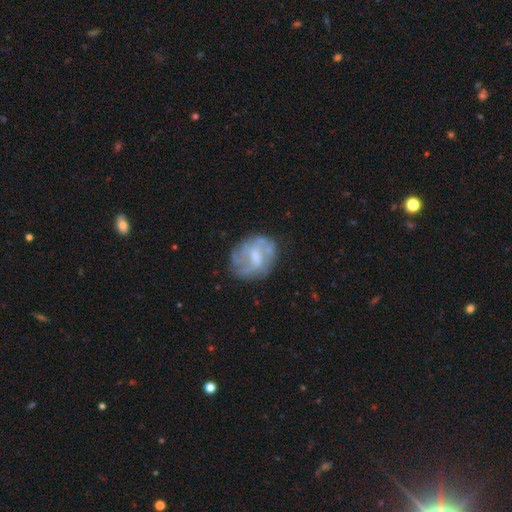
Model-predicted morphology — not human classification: Smooth or featured: featured or disk — 65% (smooth — 27%)
Edge-on disk: no — 97% (yes — 3%)
Bar: weak — 52% (no — 32%)
Spiral arms: yes — 65% (no — 35%)
Bulge size: moderate — 41% (small — 26%)
Merging: none — 64% (minor disturbance — 21%)